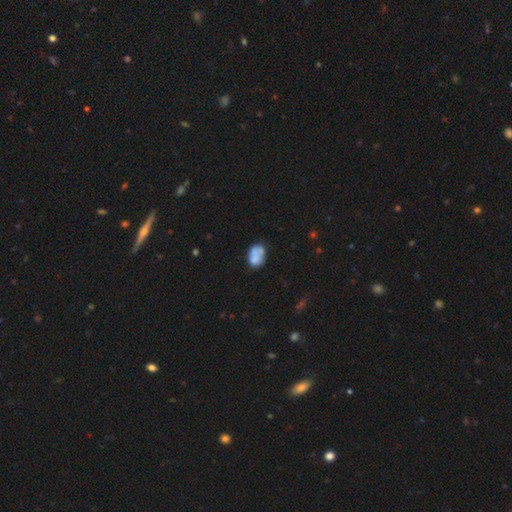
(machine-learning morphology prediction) Overall: smooth (66%). How rounded: in between (77%). Merging: none (42%; merger 25%).